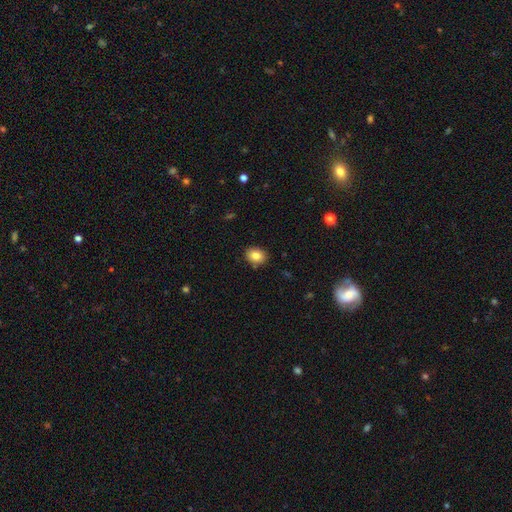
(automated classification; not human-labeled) The model was most divided on "how rounded": in between: 52%, round: 47%, cigar-shaped: 1%. More confident: merging — none (87%); smooth or featured — smooth (83%).